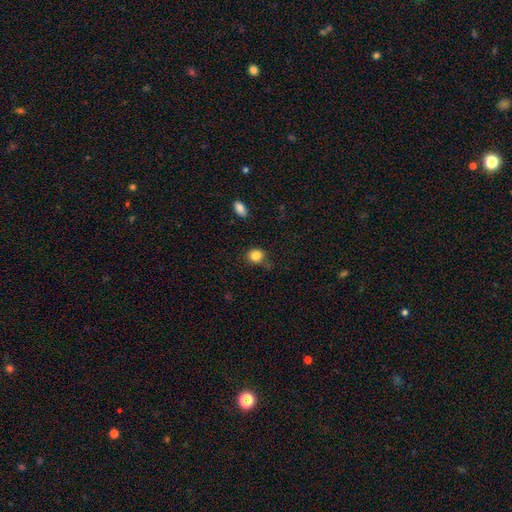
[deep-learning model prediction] smooth-or-featured: smooth: 84% | star or artifact: 10% | featured or disk: 5%
  how-rounded: round: 77% | in between: 22% | cigar-shaped: 1%
  merging: none: 70% | minor disturbance: 21% | major disturbance: 5% | merger: 4%